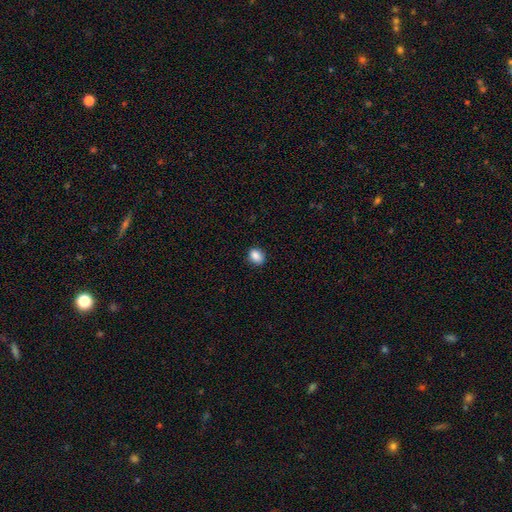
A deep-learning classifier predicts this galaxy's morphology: The model was most divided on "how rounded": round: 52%, in between: 47%, cigar-shaped: 1%. More confident: smooth or featured — smooth (87%); merging — none (87%).